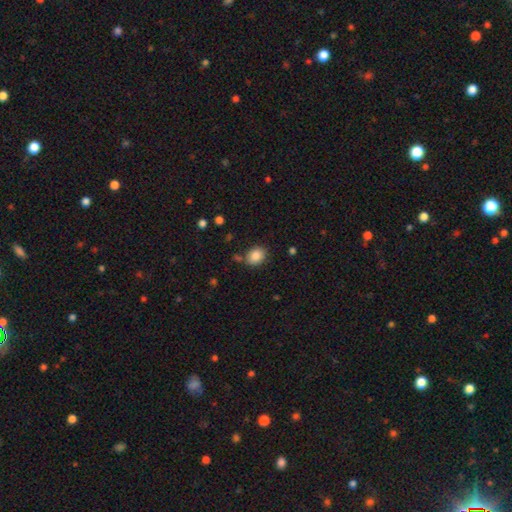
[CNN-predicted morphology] The model was most divided on "how rounded": in between: 58%, round: 41%, cigar-shaped: 1%. More confident: smooth or featured — smooth (86%); merging — none (78%).